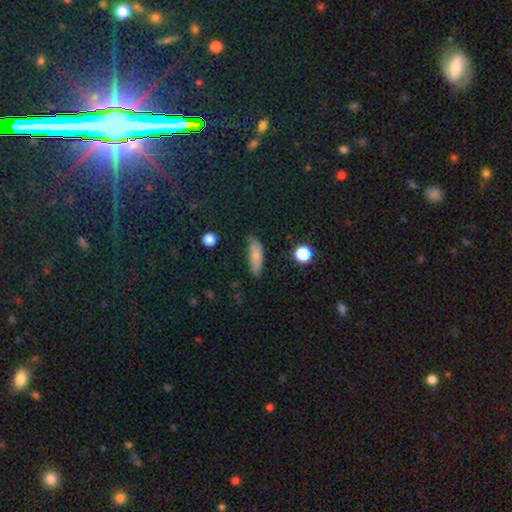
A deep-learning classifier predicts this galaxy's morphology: Smooth or featured? smooth (79%)
How rounded? in between (56%)
Merging? none (70%)